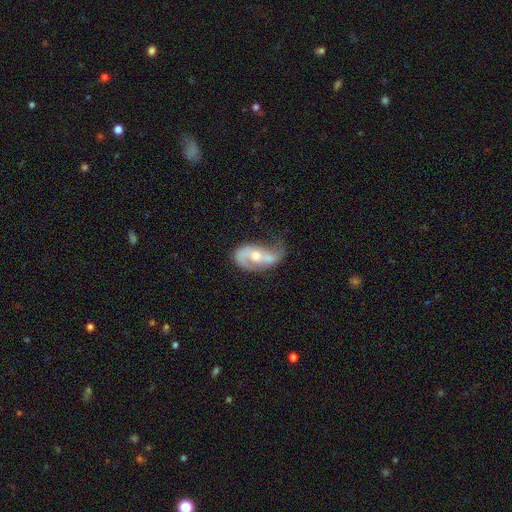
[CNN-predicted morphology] Overall: featured or disk (79%). Edge-on disk: no (96%). Bar: no (44%; weak 37%). Spiral arms: yes (89%). Spiral arm count: 2 (80%). Spiral winding: loose (48%; medium 38%). Bulge size: moderate (61%; small 33%). Merging: none (41%; minor disturbance 29%).